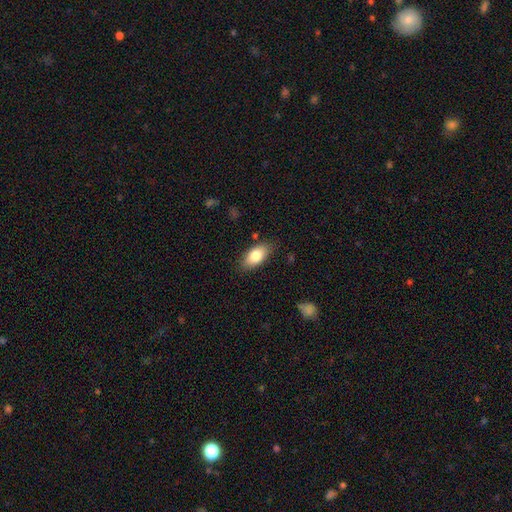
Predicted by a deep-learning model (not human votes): Overall: smooth (80%). How rounded: in between (90%). Merging: none (82%).